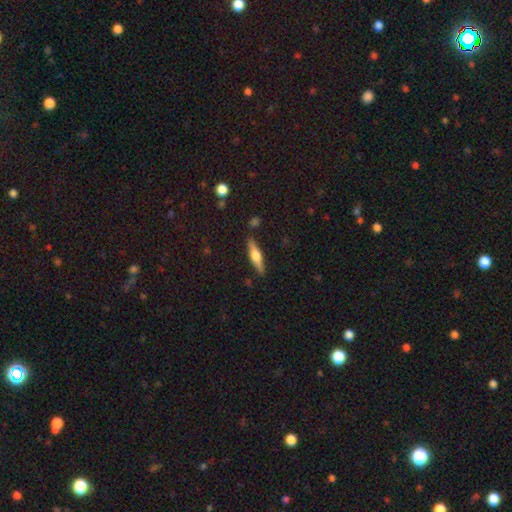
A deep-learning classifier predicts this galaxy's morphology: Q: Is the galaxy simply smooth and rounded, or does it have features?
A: featured or disk — 55%.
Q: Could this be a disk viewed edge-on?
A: yes — 95%.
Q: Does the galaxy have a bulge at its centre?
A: rounded — 90%.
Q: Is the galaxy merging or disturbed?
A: none — 87%.